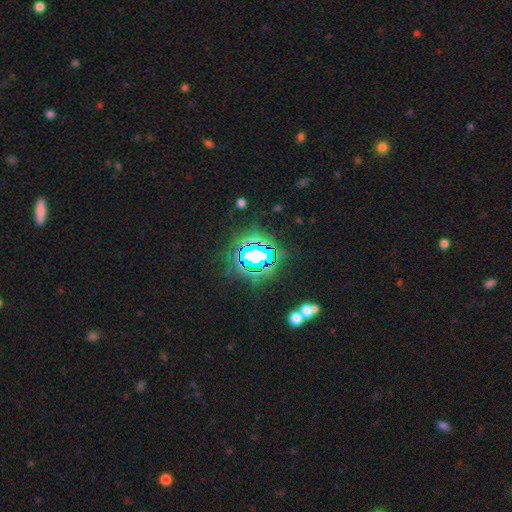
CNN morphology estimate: star or artifact 71%, smooth 16%, featured or disk 13%.